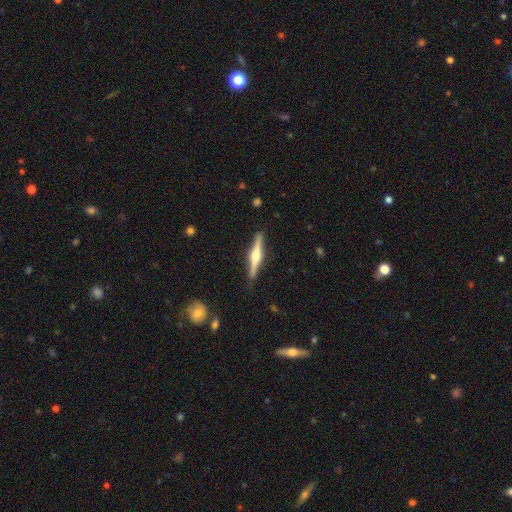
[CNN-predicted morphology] Overall: featured or disk (72%). Edge-on disk: yes (98%). Edge-on bulge: rounded (90%). Merging: none (88%).